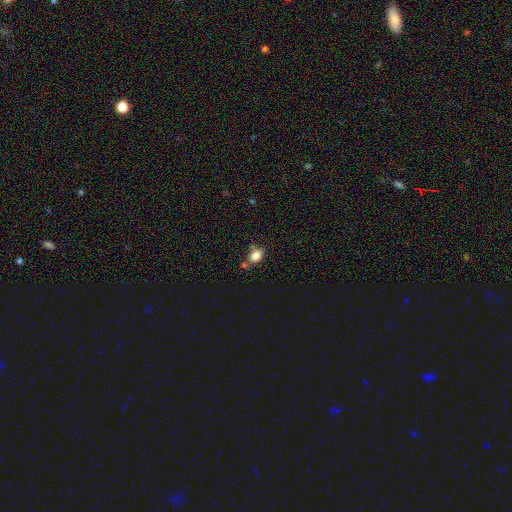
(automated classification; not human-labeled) smooth_or_featured: smooth (p=0.82) [alt: star or artifact p=0.11]
how_rounded: in between (p=0.66) [alt: round p=0.32]
merging: none (p=0.63) [alt: minor disturbance p=0.18]